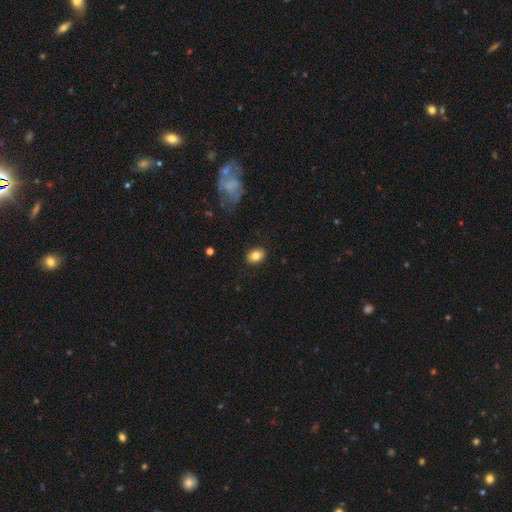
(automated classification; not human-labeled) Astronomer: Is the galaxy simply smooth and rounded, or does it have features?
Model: smooth — 82%.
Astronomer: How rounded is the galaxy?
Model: in between — 69%.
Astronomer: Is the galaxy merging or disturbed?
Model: none — 88%.